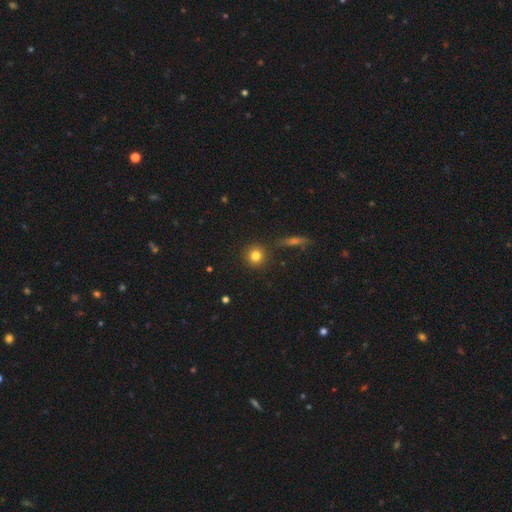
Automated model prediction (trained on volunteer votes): A smooth galaxy with no disk features (81%) that is round (92%). Merging: none (87%).